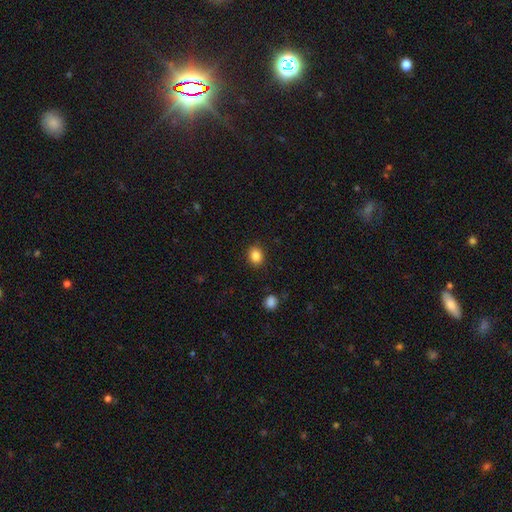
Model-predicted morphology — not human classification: This appears to be a smooth galaxy with no disk features (85%) that is round (57%). Merging: none (89%).